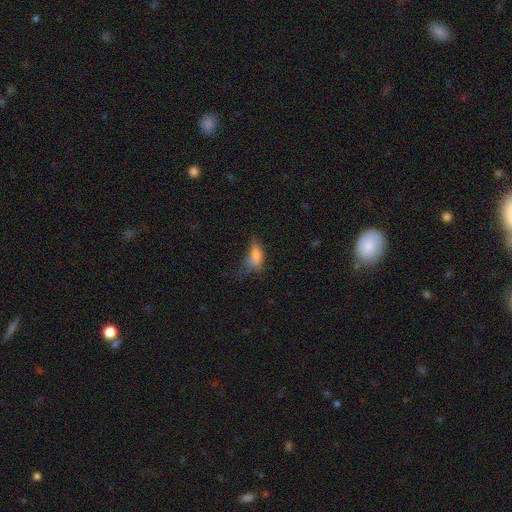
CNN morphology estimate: A smooth galaxy with no disk features (74%) that is in between round and cigar-shaped (84%).

Vote fractions:
- Smooth or featured? smooth: 74% / featured or disk: 14% / star or artifact: 12%
- How rounded? in between: 84% / cigar-shaped: 11% / round: 5%
- Merging? major disturbance: 38% / minor disturbance: 32% / none: 27% / merger: 3%